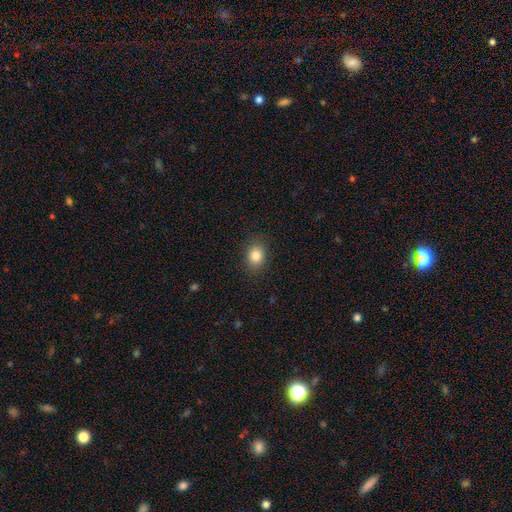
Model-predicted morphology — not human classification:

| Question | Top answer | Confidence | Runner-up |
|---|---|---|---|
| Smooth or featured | smooth | 84% | star or artifact (10%) |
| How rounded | in between | 55% | round (44%) |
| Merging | none | 87% | minor disturbance (9%) |